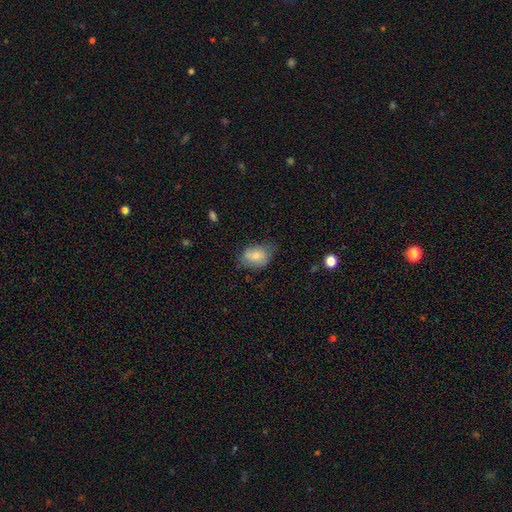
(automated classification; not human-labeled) A smooth galaxy with no disk features (74%) that is in between round and cigar-shaped (72%).

Vote fractions:
- Smooth or featured? smooth: 74% / featured or disk: 19% / star or artifact: 7%
- How rounded? in between: 72% / round: 26% / cigar-shaped: 1%
- Merging? none: 54% / minor disturbance: 34% / major disturbance: 10% / merger: 2%